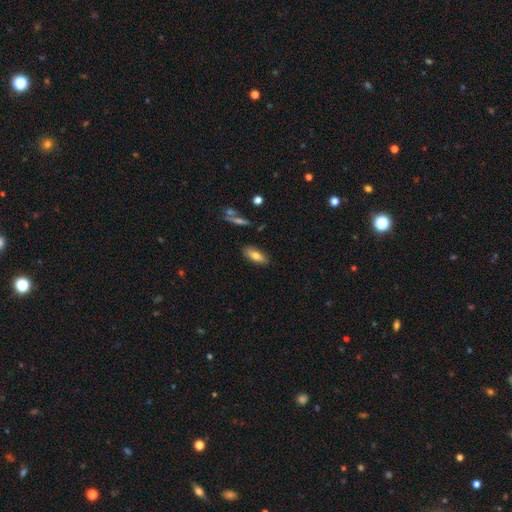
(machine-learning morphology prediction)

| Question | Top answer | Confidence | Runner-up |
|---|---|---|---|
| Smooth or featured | smooth | 74% | featured or disk (18%) |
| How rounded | in between | 77% | cigar-shaped (21%) |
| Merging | none | 82% | minor disturbance (13%) |